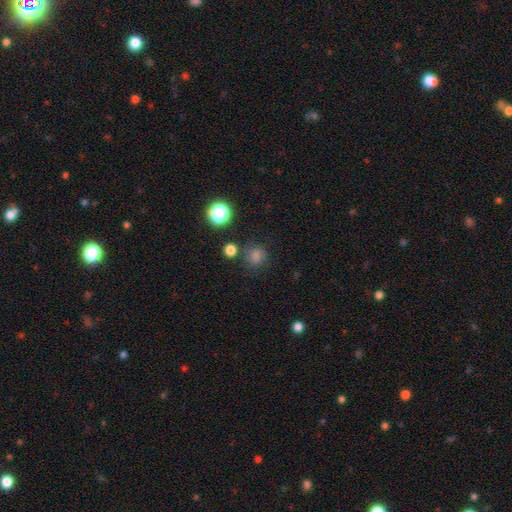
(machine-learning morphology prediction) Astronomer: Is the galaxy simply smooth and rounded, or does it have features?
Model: smooth — 75%.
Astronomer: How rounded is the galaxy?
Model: round — 77%.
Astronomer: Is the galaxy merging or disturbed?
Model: none — 72%.